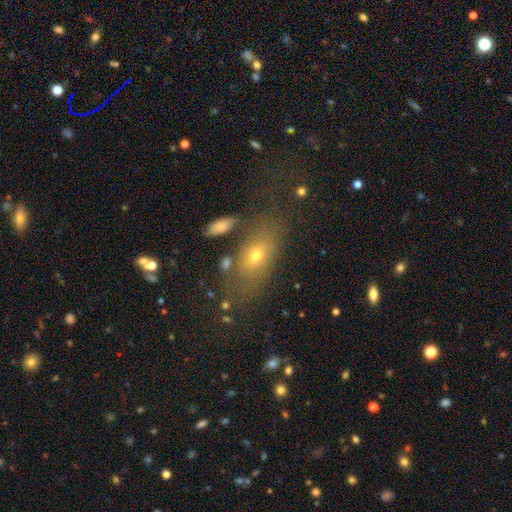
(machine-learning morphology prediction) Overall: smooth (64%). How rounded: in between (81%). Merging: none (63%).